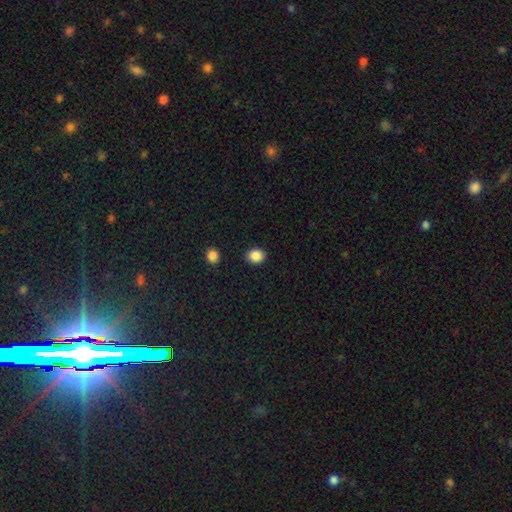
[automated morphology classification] Smooth or featured? Predicted: smooth (p=0.88). How rounded? Predicted: round (p=0.61). Merging? Predicted: none (p=0.89).